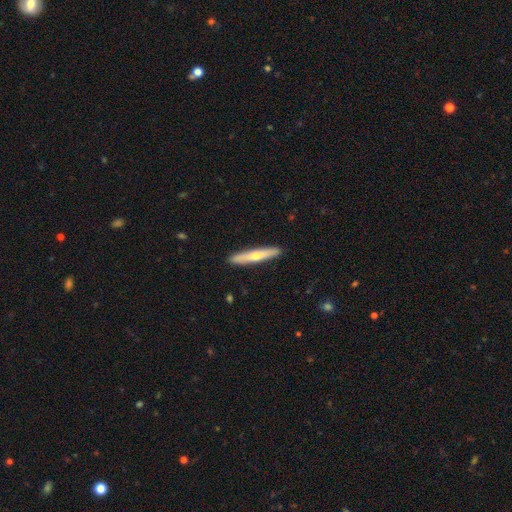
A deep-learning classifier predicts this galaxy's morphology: Smooth or featured? smooth (52%)
How rounded? cigar-shaped (93%)
Merging? none (91%)